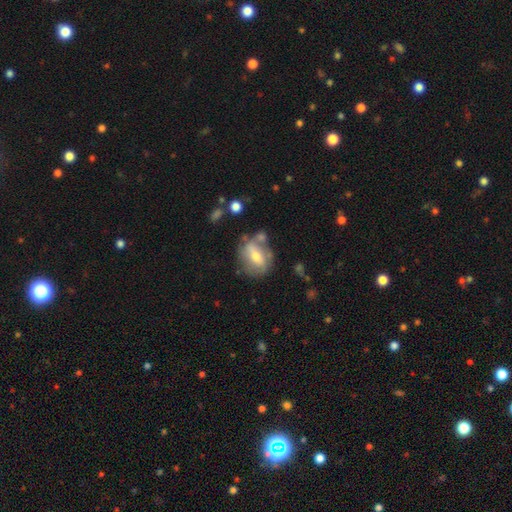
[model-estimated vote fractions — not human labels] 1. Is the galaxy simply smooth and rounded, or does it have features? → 48% smooth, 44% featured or disk, 8% star or artifact.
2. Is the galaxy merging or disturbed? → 54% none, 21% minor disturbance, 15% merger, 10% major disturbance.